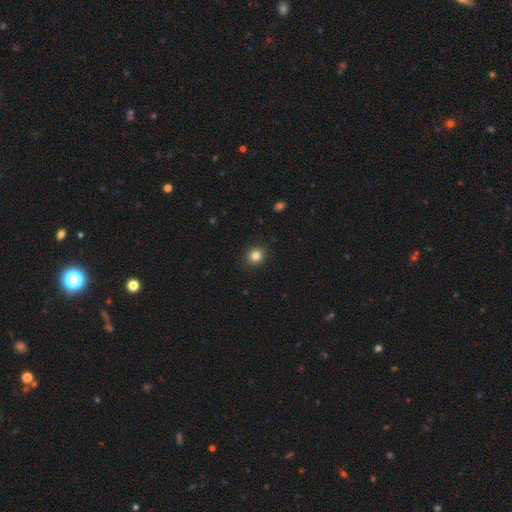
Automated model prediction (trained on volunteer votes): smooth 84%, star or artifact 11%, featured or disk 5%. Down the decision tree: how rounded — round (83%); merging — none (91%).